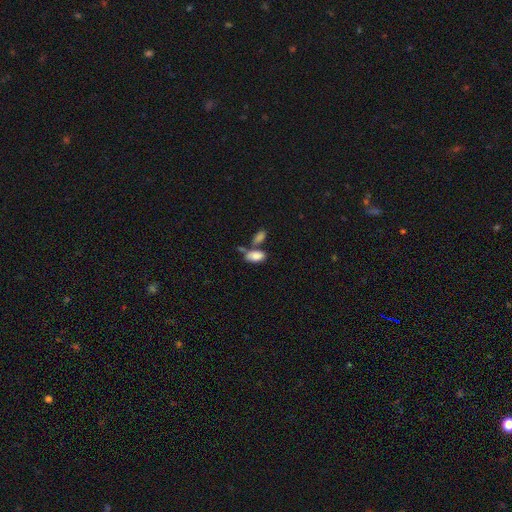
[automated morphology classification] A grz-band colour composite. It shows a smooth galaxy with no disk features (83%) that is in between round and cigar-shaped (93%). Merging: none (43%).